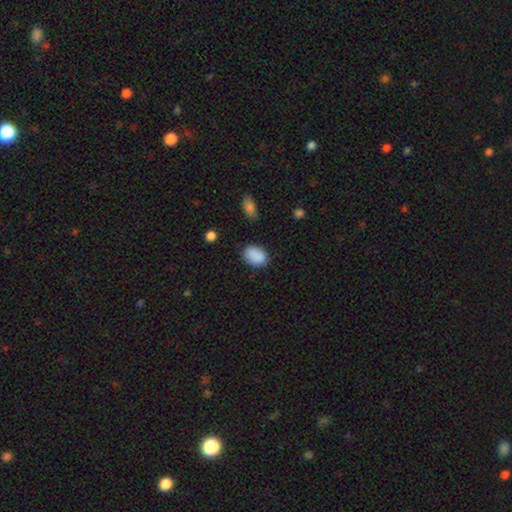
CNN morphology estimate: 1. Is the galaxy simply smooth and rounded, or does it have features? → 88% smooth, 8% star or artifact, 4% featured or disk.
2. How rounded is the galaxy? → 75% in between, 24% round, 1% cigar-shaped.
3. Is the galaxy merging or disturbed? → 79% none, 15% minor disturbance, 4% major disturbance, 2% merger.